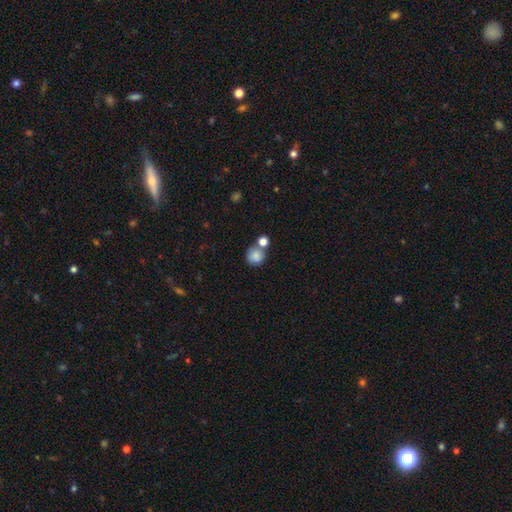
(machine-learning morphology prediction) A smooth galaxy with no disk features (84%) that is round (88%).

Vote fractions:
- Smooth or featured? smooth: 84% / star or artifact: 9% / featured or disk: 7%
- How rounded? round: 88% / in between: 12% / cigar-shaped: 1%
- Merging? none: 56% / merger: 29% / minor disturbance: 11% / major disturbance: 4%